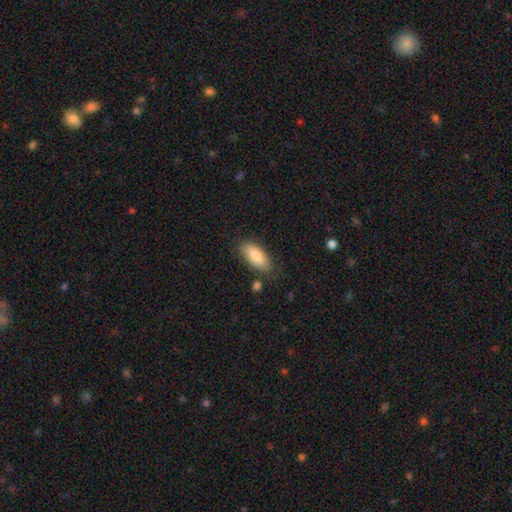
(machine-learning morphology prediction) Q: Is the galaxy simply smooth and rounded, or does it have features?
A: smooth — 85%.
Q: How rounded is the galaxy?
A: in between — 86%.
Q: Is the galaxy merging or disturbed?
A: none — 78%.